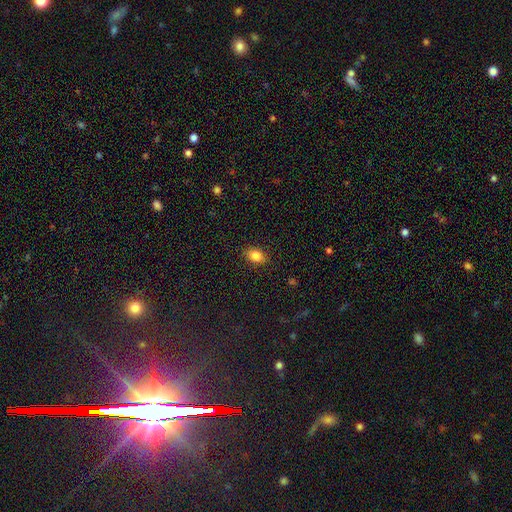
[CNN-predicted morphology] Smooth or featured? smooth (84%)
How rounded? in between (82%)
Merging? none (88%)